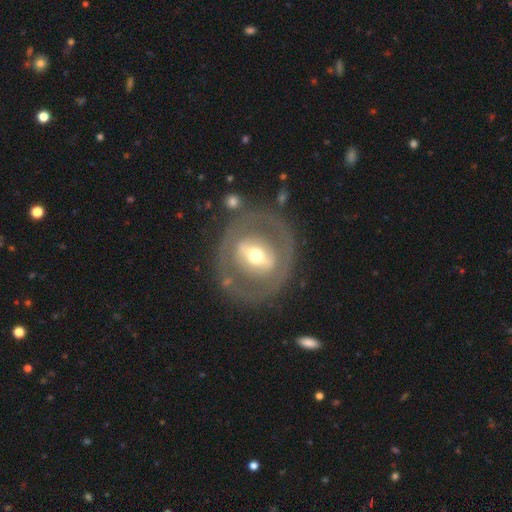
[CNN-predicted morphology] The model was most divided on "bar": strong: 44%, weak: 28%, no: 28%. More confident: edge-on disk — no (91%); spiral arms — no (84%); merging — none (75%); smooth or featured — featured or disk (64%); bulge size — moderate (60%).